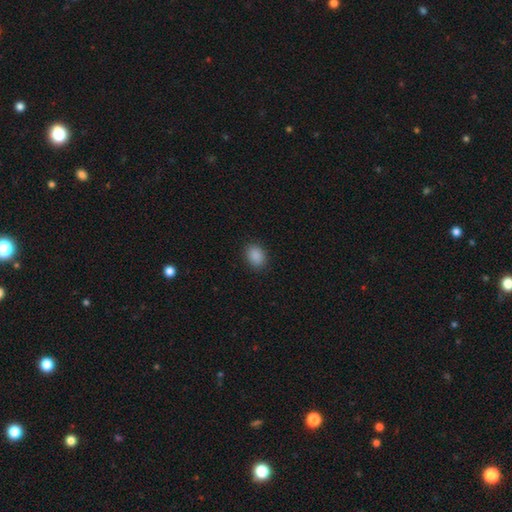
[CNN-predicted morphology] Smooth or featured?
  - smooth: 89% *
  - star or artifact: 9%
  - featured or disk: 2%
How rounded?
  - in between: 67% *
  - round: 32%
  - cigar-shaped: 1%
Merging?
  - none: 88% *
  - minor disturbance: 9%
  - major disturbance: 2%
  - merger: 1%